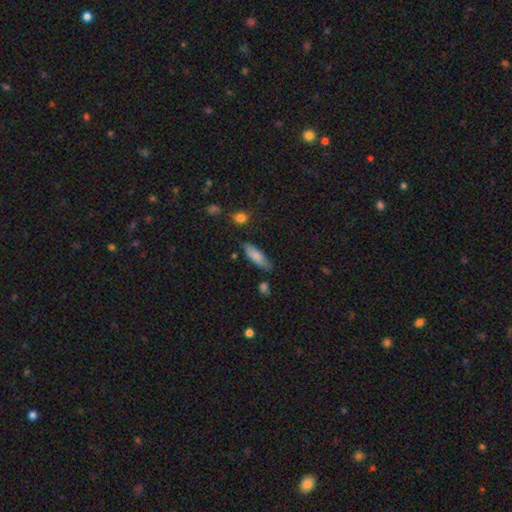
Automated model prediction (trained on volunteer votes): Smooth or featured? smooth (81%)
How rounded? in between (53%)
Merging? none (72%)